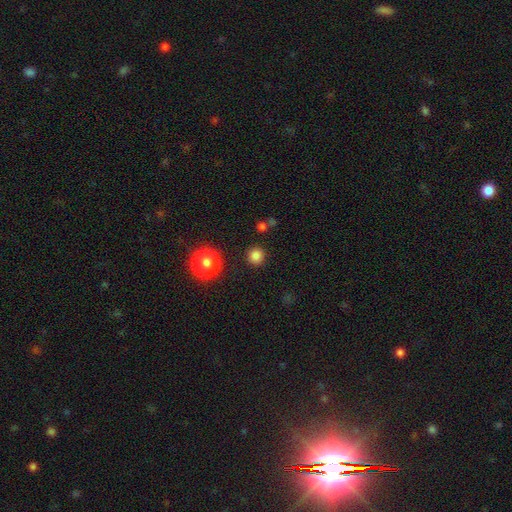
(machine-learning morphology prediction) type=smooth (80%); roundness=round (94%); merging=none (89%).